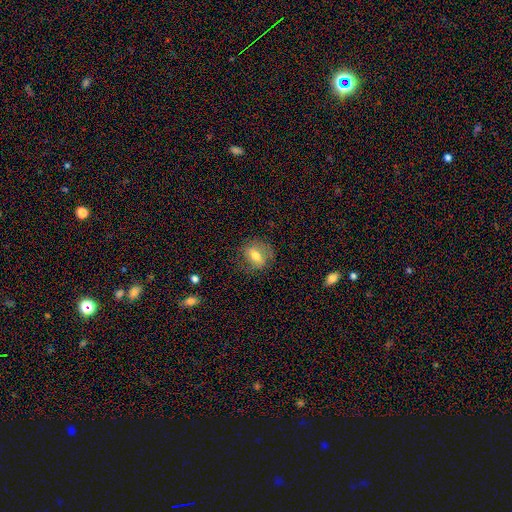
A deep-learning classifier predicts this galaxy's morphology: Smooth or featured? smooth (63%)
How rounded? in between (52%)
Merging? none (74%)